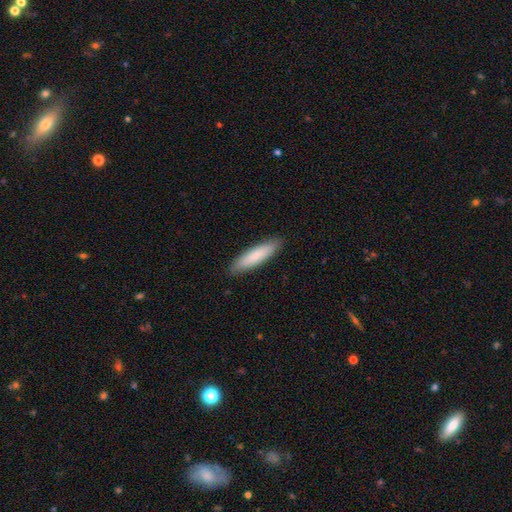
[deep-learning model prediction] Overall: smooth (82%). How rounded: cigar-shaped (80%). Merging: none (89%).